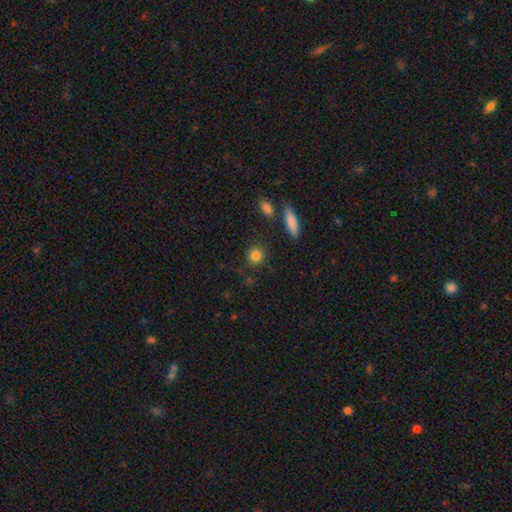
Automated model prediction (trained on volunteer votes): Smooth or featured? smooth (84%)
How rounded? round (86%)
Merging? none (84%)